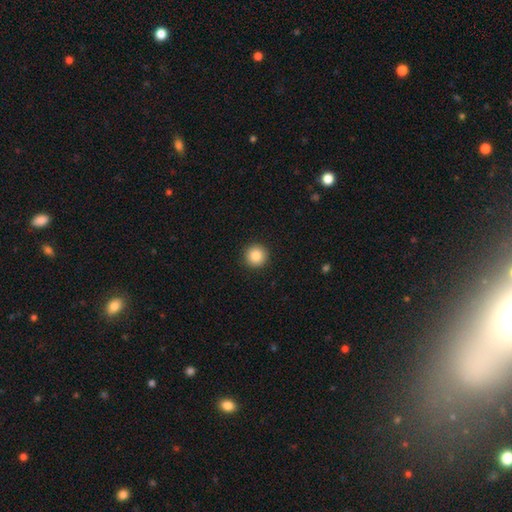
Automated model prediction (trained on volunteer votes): Smooth or featured: smooth — 86% (star or artifact — 9%)
How rounded: round — 96% (in between — 3%)
Merging: none — 93% (minor disturbance — 4%)